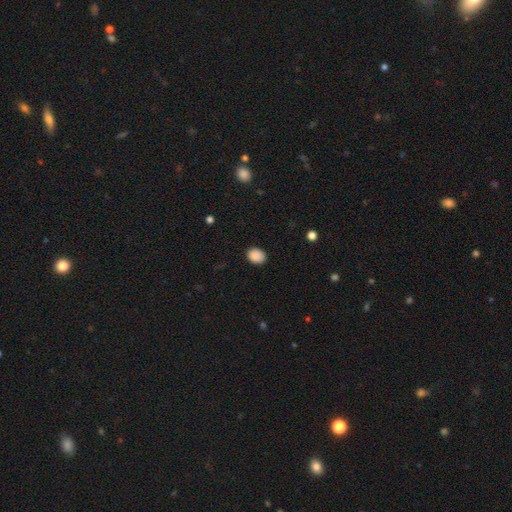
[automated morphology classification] Q: Smooth or featured?
A: smooth (89%); runner-up: star or artifact (8%)
Q: How rounded?
A: in between (53%); runner-up: round (46%)
Q: Merging?
A: none (89%); runner-up: minor disturbance (8%)